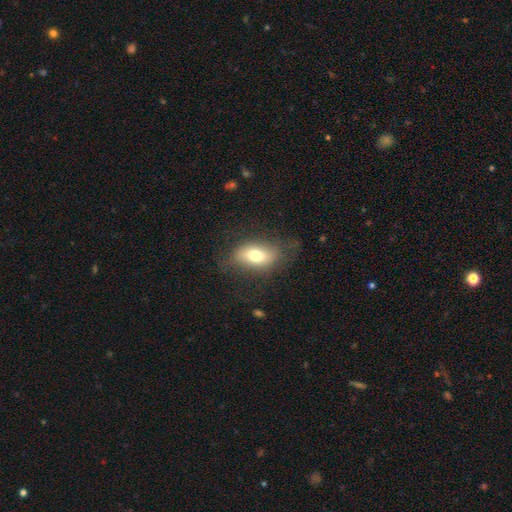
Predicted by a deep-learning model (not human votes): smooth_or_featured: smooth (p=0.72) [alt: featured or disk p=0.19]
how_rounded: in between (p=0.85) [alt: round p=0.11]
merging: none (p=0.69) [alt: minor disturbance p=0.19]